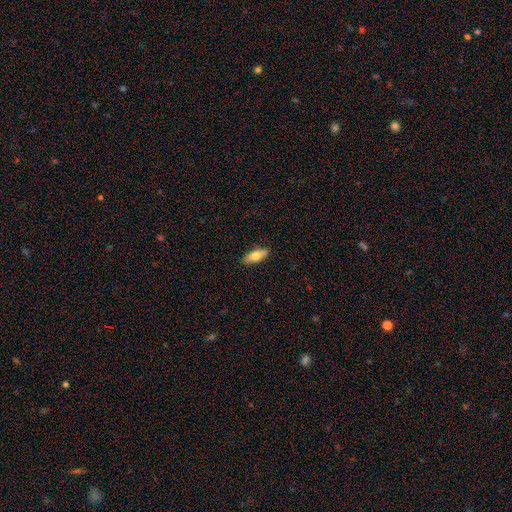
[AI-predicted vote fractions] A smooth galaxy with no disk features (68%) that is in between round and cigar-shaped (65%).

Vote fractions:
- Smooth or featured? smooth: 68% / featured or disk: 26% / star or artifact: 6%
- How rounded? in between: 65% / cigar-shaped: 32% / round: 3%
- Merging? none: 88% / minor disturbance: 9% / major disturbance: 2% / merger: 1%